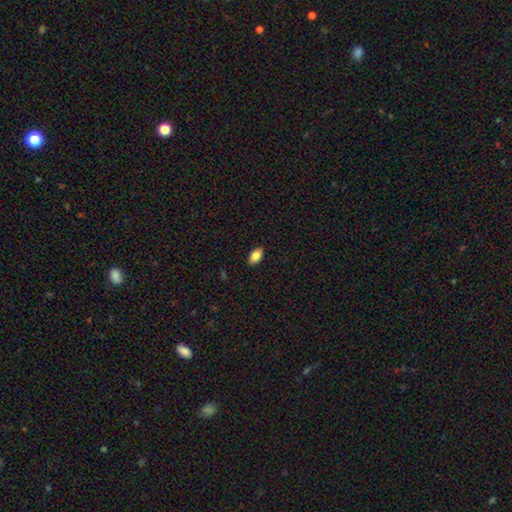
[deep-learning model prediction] Smooth or featured: smooth — 85% (star or artifact — 8%)
How rounded: in between — 91% (round — 5%)
Merging: none — 89% (minor disturbance — 8%)